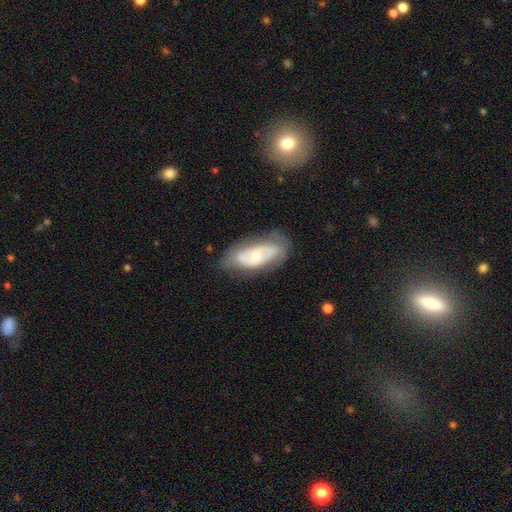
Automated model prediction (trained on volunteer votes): Smooth or featured? Predicted: featured or disk (p=0.62). Edge-on disk? Predicted: no (p=0.90). Bar? Predicted: no (p=0.74). Spiral arms? Predicted: yes (p=0.56). Bulge size? Predicted: small (p=0.49). Merging? Predicted: none (p=0.66).